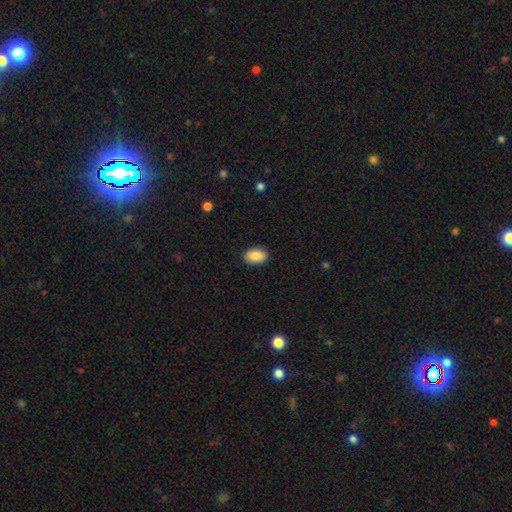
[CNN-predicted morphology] A smooth galaxy with no disk features (89%) that is in between round and cigar-shaped (87%).

Vote fractions:
- Smooth or featured? smooth: 89% / star or artifact: 7% / featured or disk: 4%
- How rounded? in between: 87% / round: 12% / cigar-shaped: 1%
- Merging? none: 90% / minor disturbance: 7% / major disturbance: 2% / merger: 1%